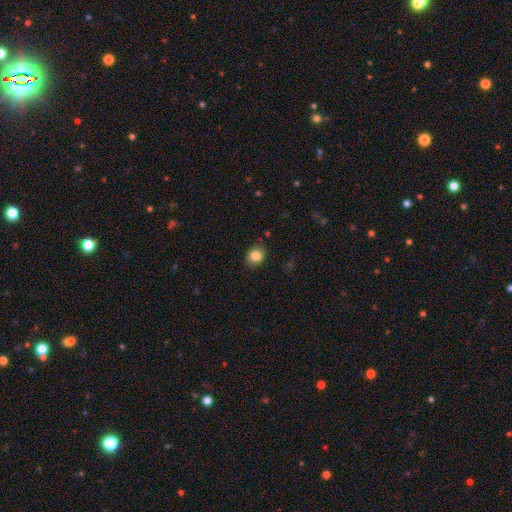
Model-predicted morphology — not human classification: This is clearly a smooth galaxy (84%). How rounded: likely round (68%). Merging: clearly none (82%).